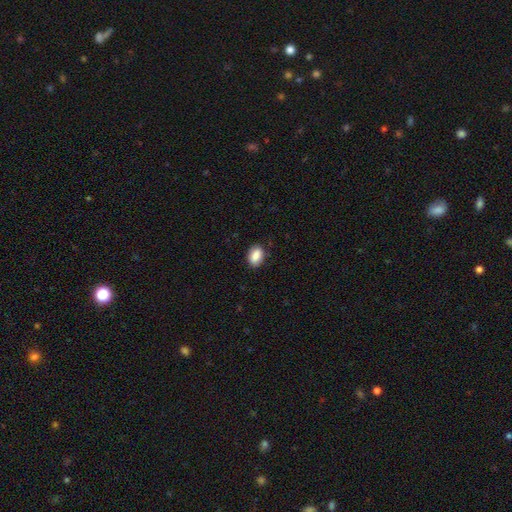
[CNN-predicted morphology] smooth-or-featured: smooth: 87% | star or artifact: 7% | featured or disk: 5%
  how-rounded: in between: 83% | round: 16% | cigar-shaped: 2%
  merging: none: 85% | minor disturbance: 11% | major disturbance: 2% | merger: 1%